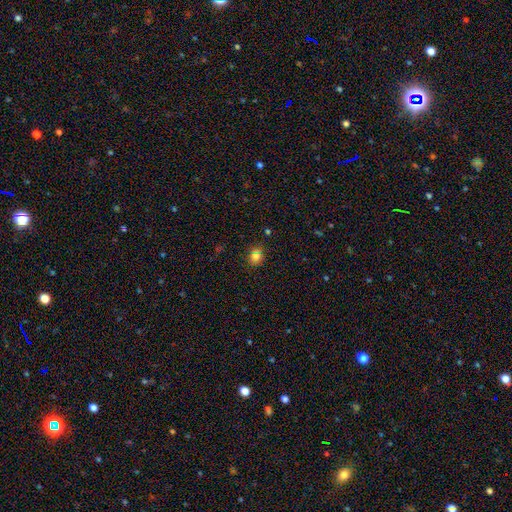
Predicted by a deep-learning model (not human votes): A smooth galaxy with no disk features (78%) that is round (74%).

Vote fractions:
- Smooth or featured? smooth: 78% / star or artifact: 15% / featured or disk: 7%
- How rounded? round: 74% / in between: 25% / cigar-shaped: 1%
- Merging? none: 83% / minor disturbance: 11% / merger: 3% / major disturbance: 3%